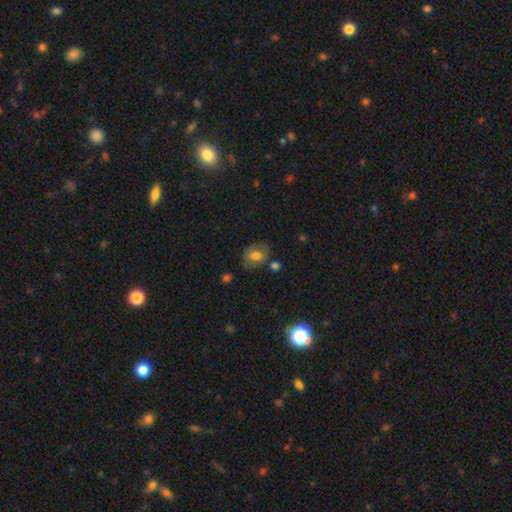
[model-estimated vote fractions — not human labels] smooth 67%, featured or disk 24%, star or artifact 9%. Down the decision tree: how rounded — in between (64%); merging — none (70%).